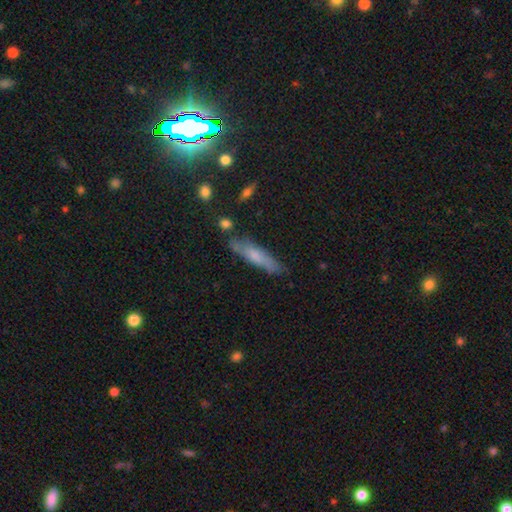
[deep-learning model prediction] This is possibly a smooth galaxy (57%). How rounded: clearly cigar-shaped (82%). Merging: likely none (77%).